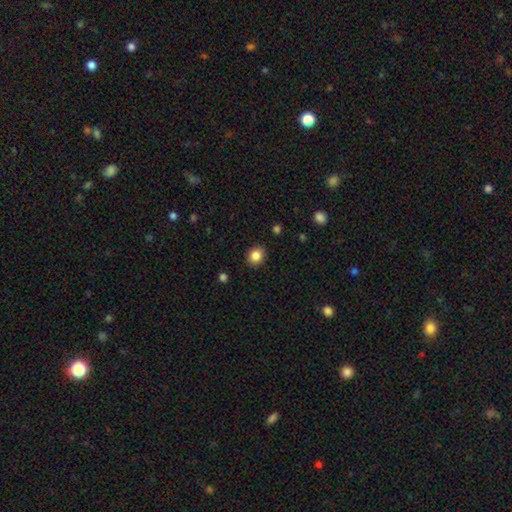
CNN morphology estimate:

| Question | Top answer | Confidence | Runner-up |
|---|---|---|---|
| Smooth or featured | smooth | 85% | star or artifact (10%) |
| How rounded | round | 69% | in between (30%) |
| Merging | none | 90% | minor disturbance (7%) |